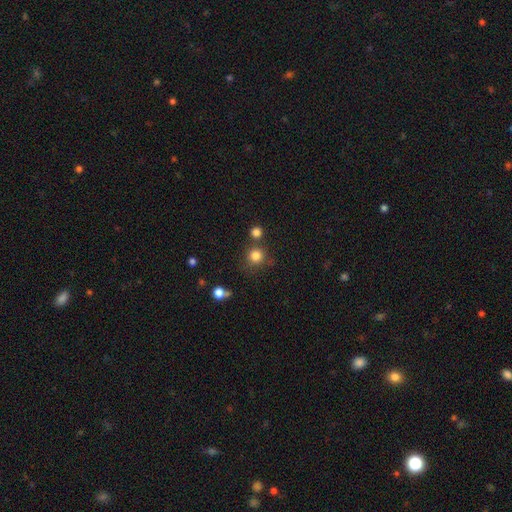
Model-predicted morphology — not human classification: Overall: smooth (81%). How rounded: round (92%). Merging: none (75%).